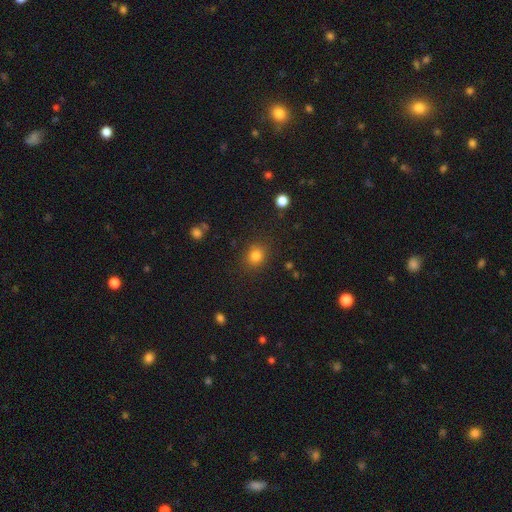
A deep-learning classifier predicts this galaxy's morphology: Overall: smooth (82%). How rounded: round (71%). Merging: none (84%).